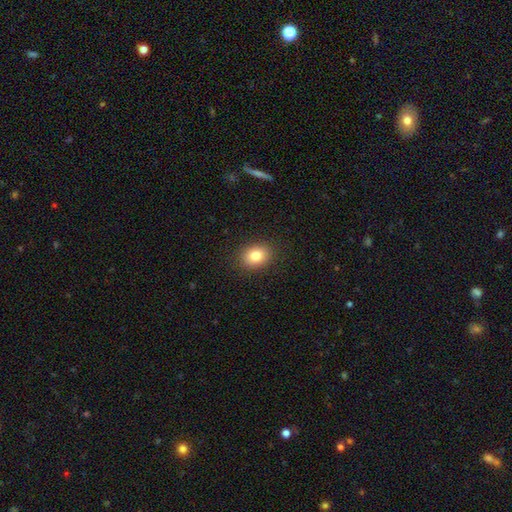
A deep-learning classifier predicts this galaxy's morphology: Smooth or featured: smooth — 82% (star or artifact — 10%)
How rounded: in between — 57% (round — 42%)
Merging: none — 89% (minor disturbance — 8%)